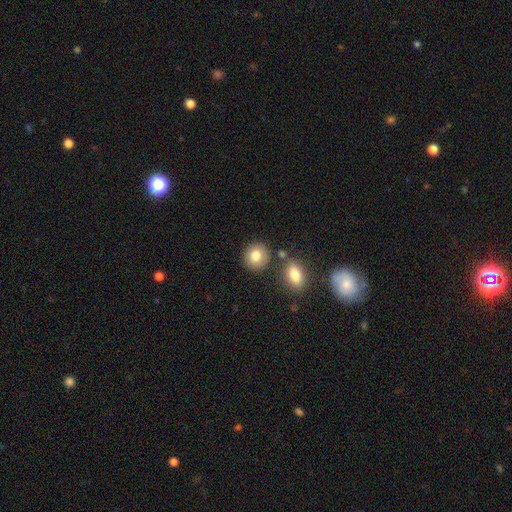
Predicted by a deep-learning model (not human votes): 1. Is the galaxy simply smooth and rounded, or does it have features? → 81% smooth, 10% featured or disk, 9% star or artifact.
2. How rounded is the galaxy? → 85% round, 14% in between, 1% cigar-shaped.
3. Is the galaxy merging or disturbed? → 79% none, 9% merger, 9% minor disturbance, 3% major disturbance.